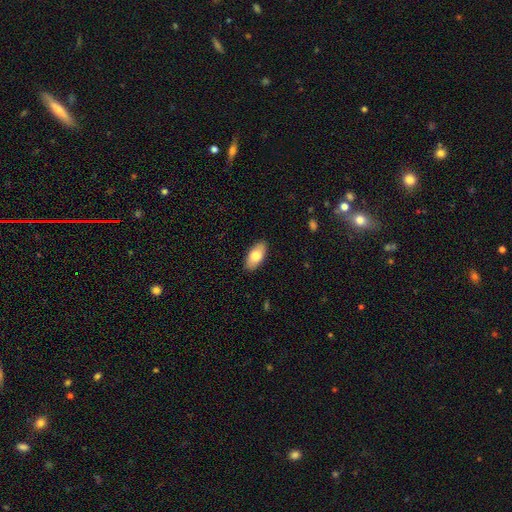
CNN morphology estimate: Smooth or featured? Predicted: smooth (p=0.78). How rounded? Predicted: in between (p=0.92). Merging? Predicted: none (p=0.88).